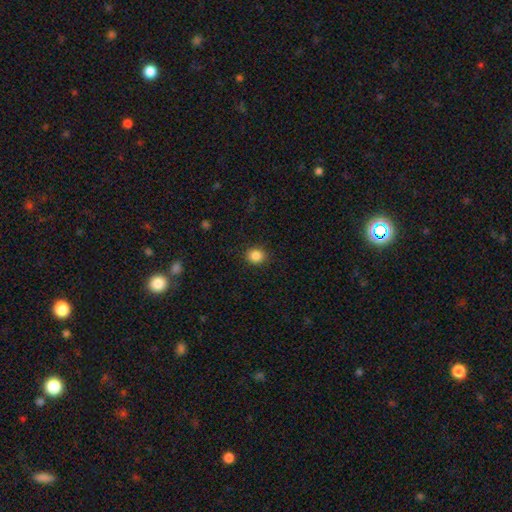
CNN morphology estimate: Smooth or featured? Predicted: smooth (p=0.86). How rounded? Predicted: round (p=0.81). Merging? Predicted: none (p=0.91).